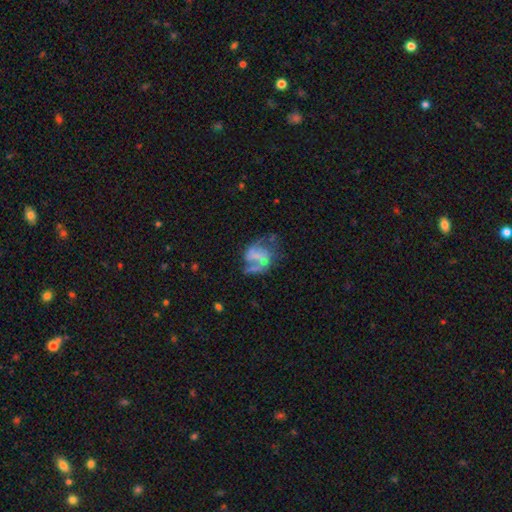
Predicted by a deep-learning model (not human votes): This appears to be a featured or disk galaxy (66%) with no bar (58%), spiral arms (65%) and no central bulge (66%). Merging: none (36%).